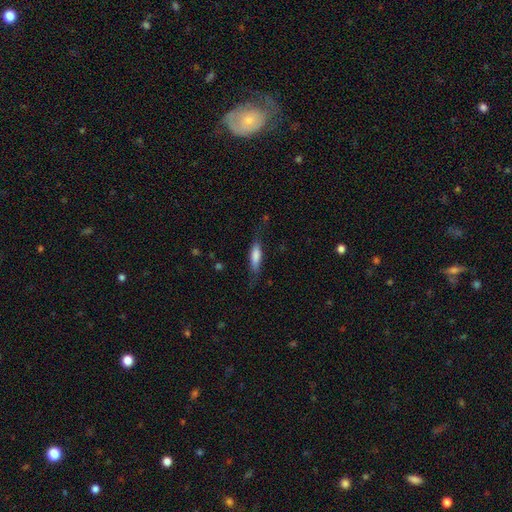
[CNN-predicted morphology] This is likely a smooth galaxy (72%). How rounded: possibly cigar-shaped (59%). Merging: likely none (69%).